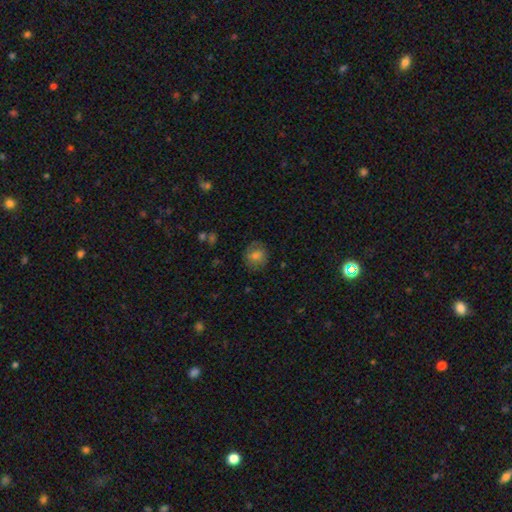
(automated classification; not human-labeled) Smooth or featured? smooth (69%)
How rounded? round (82%)
Merging? none (79%)